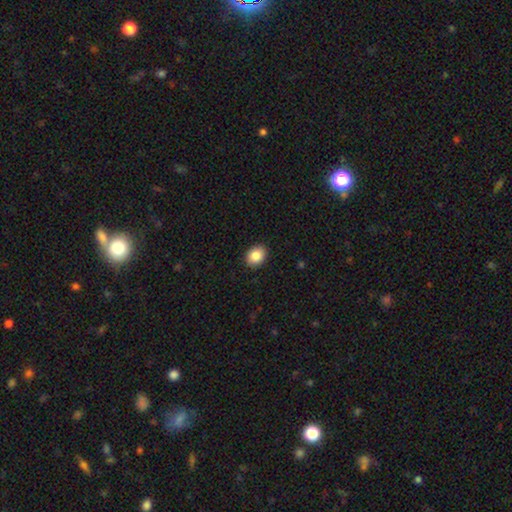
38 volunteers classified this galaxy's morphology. Smooth or featured: smooth — 84% (featured or disk — 8%)
How rounded: round — 56% (in between — 38%)
Merging: none — 86% (minor disturbance — 11%)